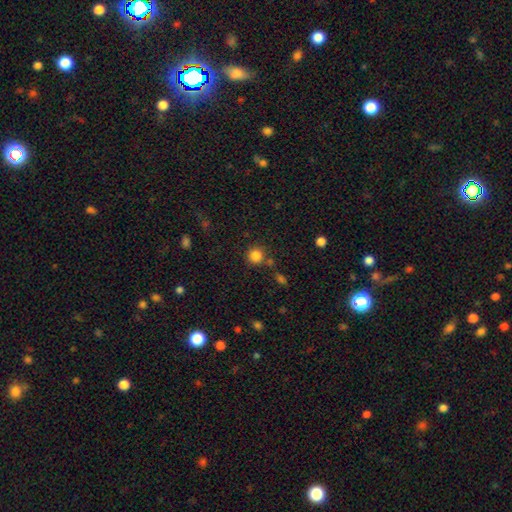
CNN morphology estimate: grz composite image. It shows a smooth galaxy with no disk features (84%) that is round (93%). Merging: none (79%).